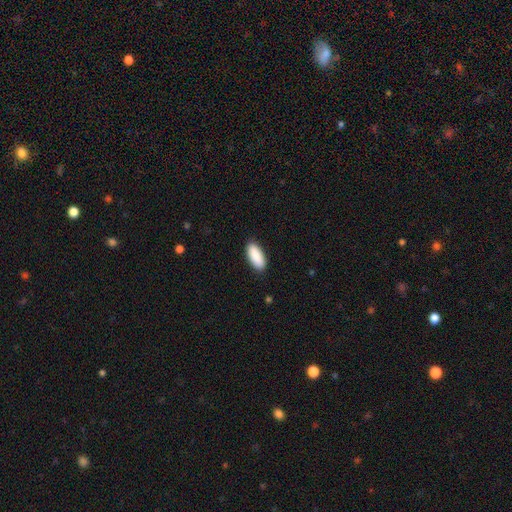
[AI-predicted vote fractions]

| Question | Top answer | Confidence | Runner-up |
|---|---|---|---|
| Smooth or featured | smooth | 91% | star or artifact (6%) |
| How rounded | in between | 86% | cigar-shaped (12%) |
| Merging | none | 89% | minor disturbance (9%) |